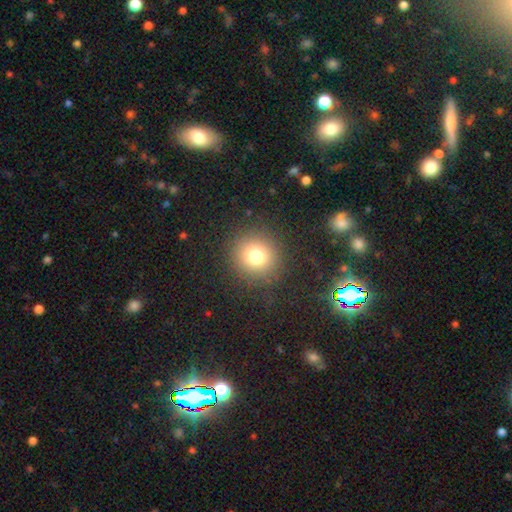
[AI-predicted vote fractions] This is likely a smooth galaxy (76%). How rounded: clearly round (92%). Merging: clearly none (88%).